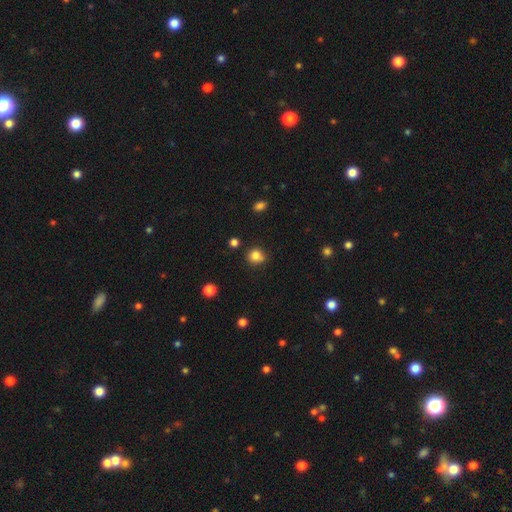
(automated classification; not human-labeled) Smooth or featured? Predicted: smooth (p=0.82). How rounded? Predicted: round (p=0.85). Merging? Predicted: none (p=0.78).